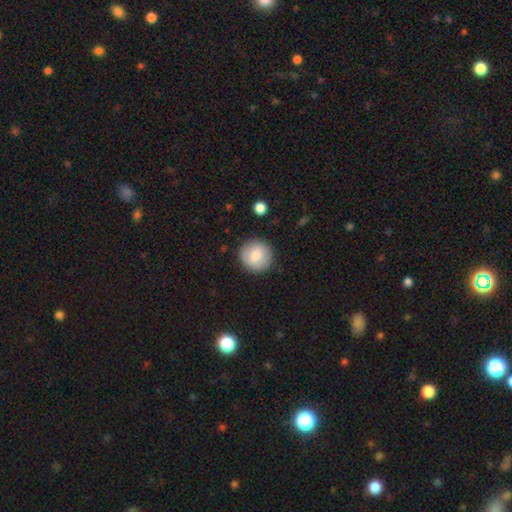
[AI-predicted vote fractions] A smooth galaxy with no disk features (77%) that is round (93%).

Vote fractions:
- Smooth or featured? smooth: 77% / featured or disk: 16% / star or artifact: 7%
- How rounded? round: 93% / in between: 6% / cigar-shaped: 1%
- Merging? none: 87% / minor disturbance: 9% / major disturbance: 2% / merger: 1%